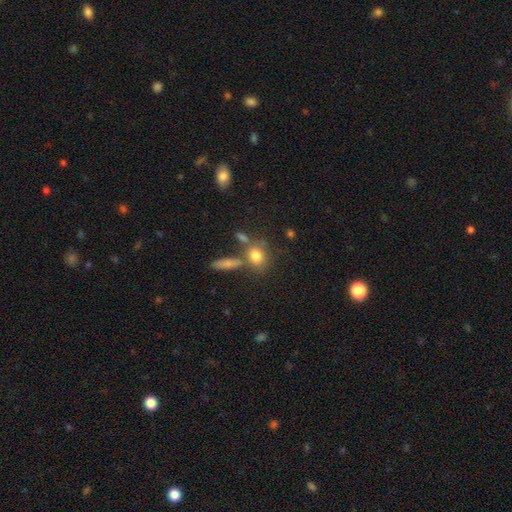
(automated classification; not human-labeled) smooth 77%, featured or disk 12%, star or artifact 11%. Down the decision tree: how rounded — round (57%); merging — none (58%).